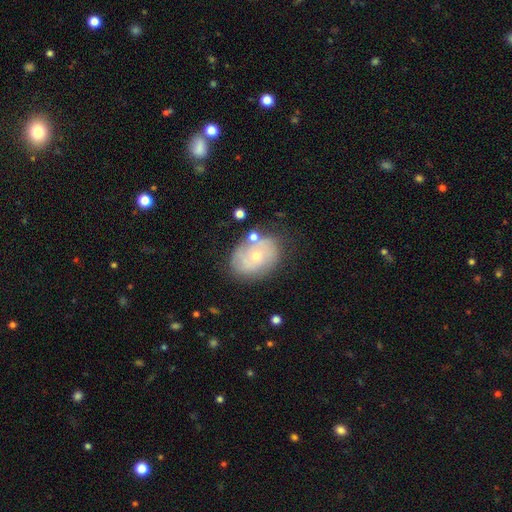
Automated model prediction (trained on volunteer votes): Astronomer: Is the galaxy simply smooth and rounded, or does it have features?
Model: featured or disk — 58% (runner-up: smooth, 33%).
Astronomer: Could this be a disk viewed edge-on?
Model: no — 96%.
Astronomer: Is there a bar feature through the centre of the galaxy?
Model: no — 82%.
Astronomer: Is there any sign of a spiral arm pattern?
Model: yes — 69%.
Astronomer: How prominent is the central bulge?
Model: small — 63%.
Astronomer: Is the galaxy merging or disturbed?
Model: none — 68%.